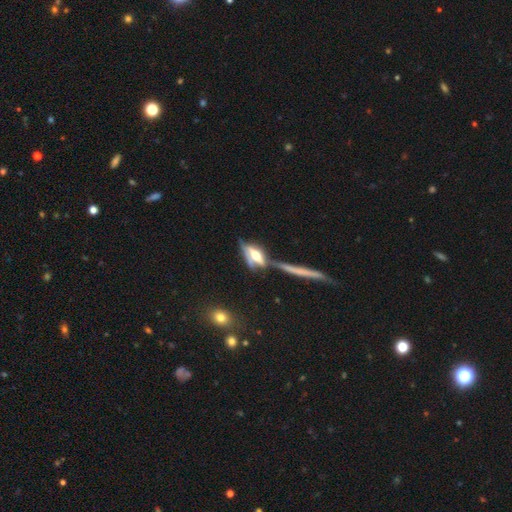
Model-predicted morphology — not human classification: This appears to be a featured or disk galaxy (56%) viewed edge-on (72%). Merging: none (44%).